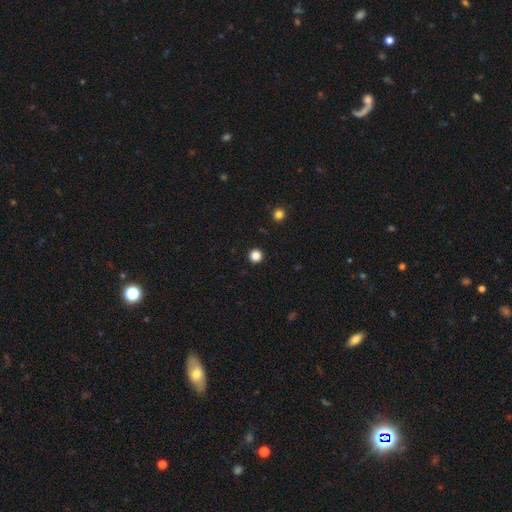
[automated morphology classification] Smooth or featured?
  - smooth: 85% *
  - star or artifact: 12%
  - featured or disk: 3%
How rounded?
  - round: 96% *
  - in between: 3%
  - cigar-shaped: 1%
Merging?
  - none: 94% *
  - minor disturbance: 4%
  - major disturbance: 1%
  - merger: 1%